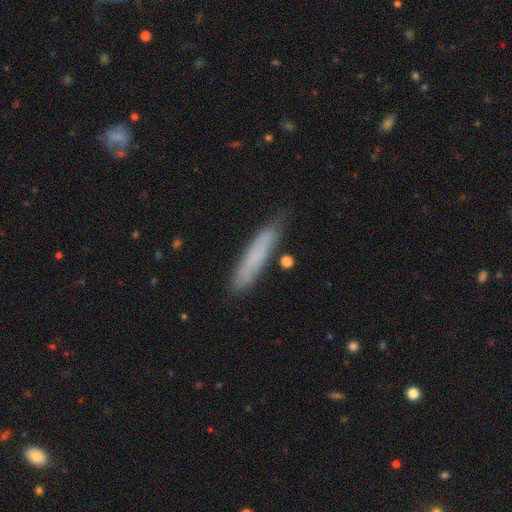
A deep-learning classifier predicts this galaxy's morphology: This is likely a smooth galaxy (73%). How rounded: clearly cigar-shaped (88%). Merging: clearly none (80%).